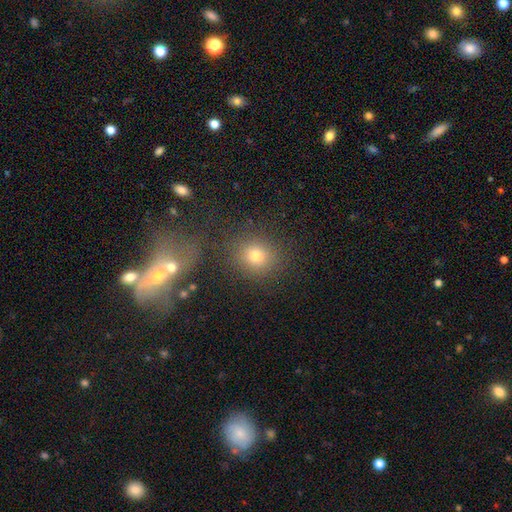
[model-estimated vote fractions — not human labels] Smooth or featured? Predicted: smooth (p=0.73). How rounded? Predicted: round (p=0.80). Merging? Predicted: none (p=0.77).